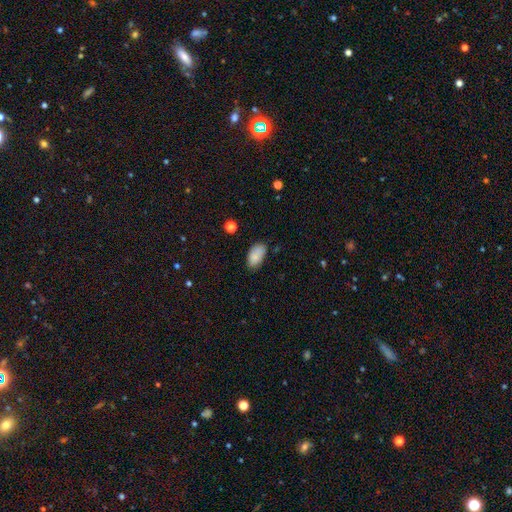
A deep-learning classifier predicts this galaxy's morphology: Smooth or featured? Predicted: smooth (p=0.83). How rounded? Predicted: in between (p=0.94). Merging? Predicted: none (p=0.70).